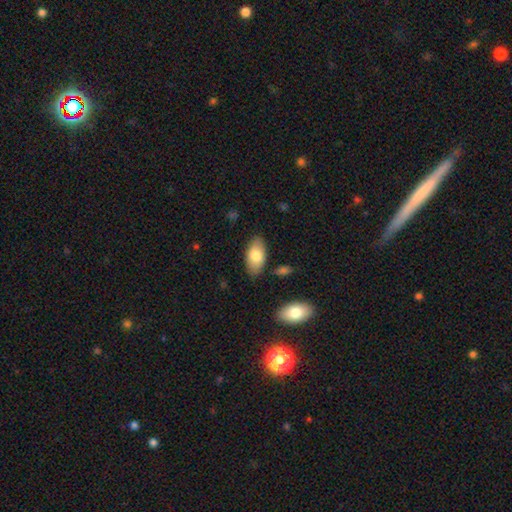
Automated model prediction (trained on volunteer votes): Q: Smooth or featured?
A: smooth (78%); runner-up: featured or disk (16%)
Q: How rounded?
A: in between (94%); runner-up: cigar-shaped (3%)
Q: Merging?
A: none (83%); runner-up: minor disturbance (12%)